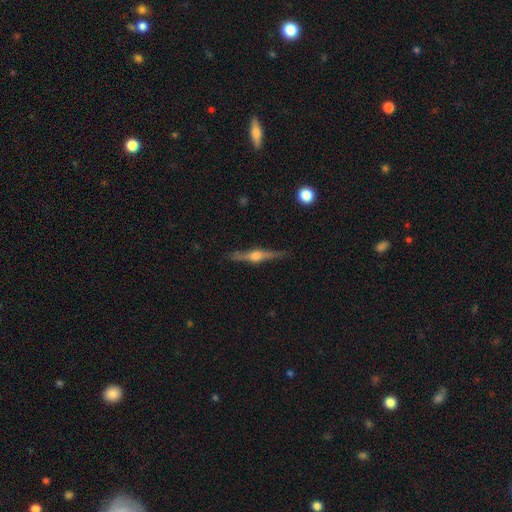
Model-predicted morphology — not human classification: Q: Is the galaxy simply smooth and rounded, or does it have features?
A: featured or disk — 82%.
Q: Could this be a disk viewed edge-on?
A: yes — 98%.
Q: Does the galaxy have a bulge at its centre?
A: rounded — 94%.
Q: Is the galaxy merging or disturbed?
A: none — 88%.